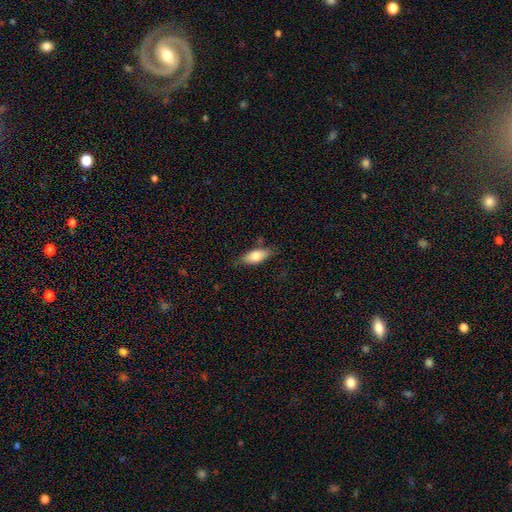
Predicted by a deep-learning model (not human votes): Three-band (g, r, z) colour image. It shows a smooth galaxy with no disk features (78%) that is in between round and cigar-shaped (83%). Merging: none (73%).